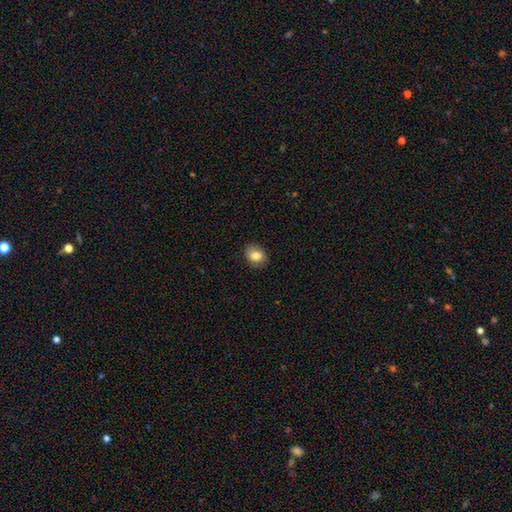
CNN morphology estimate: This appears to be a smooth galaxy with no disk features (81%) that is in between round and cigar-shaped (58%). Merging: none (86%).